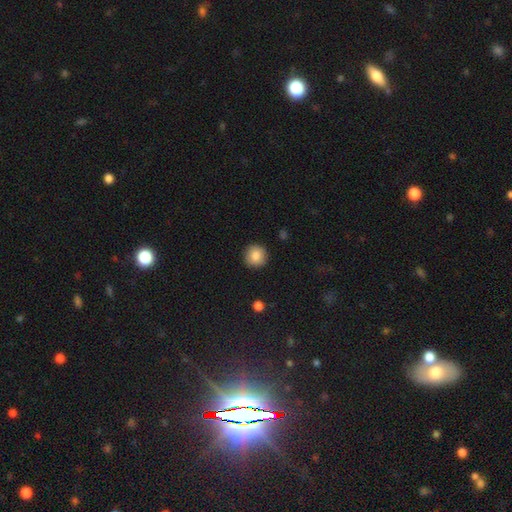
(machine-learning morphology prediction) This appears to be a smooth galaxy with no disk features (86%) that is round (94%). Merging: none (91%).